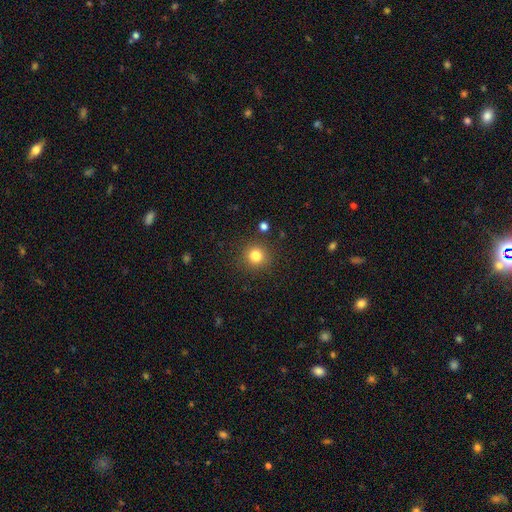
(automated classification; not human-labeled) This appears to be a smooth galaxy with no disk features (82%) that is round (93%). Merging: none (88%).